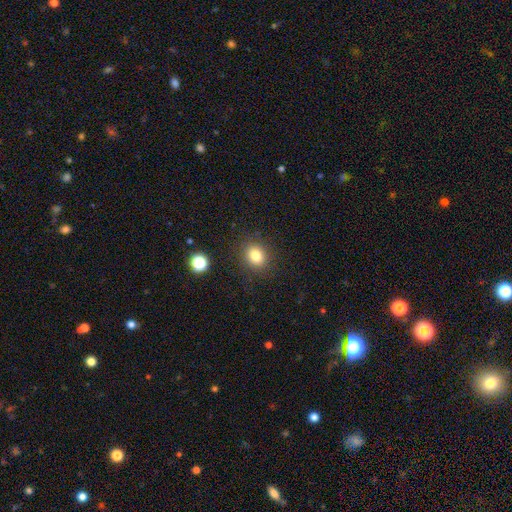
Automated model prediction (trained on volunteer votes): A smooth galaxy with no disk features (81%) that is round (63%). Merging: none (88%).